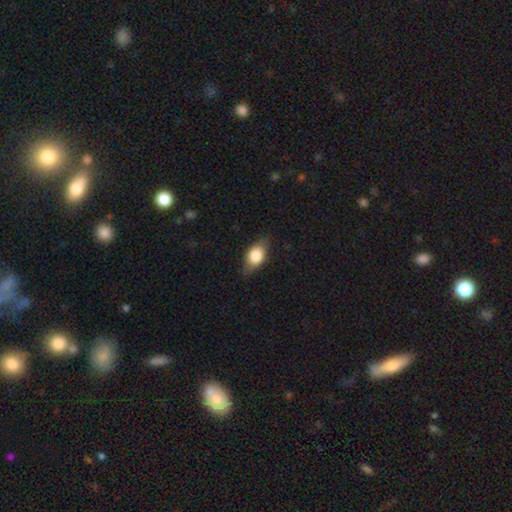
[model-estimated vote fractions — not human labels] Smooth or featured? Predicted: smooth (p=0.74). How rounded? Predicted: in between (p=0.81). Merging? Predicted: none (p=0.77).